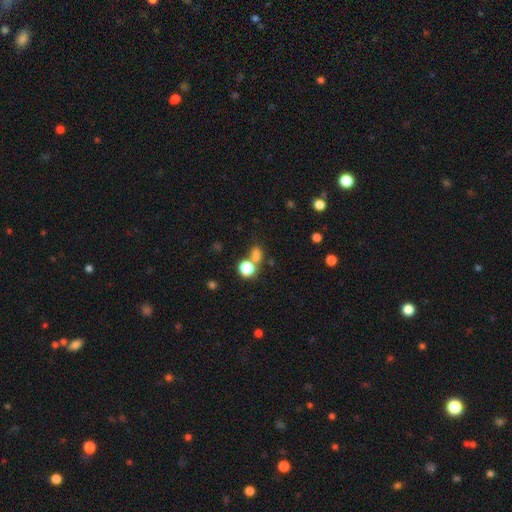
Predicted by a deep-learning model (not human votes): Smooth or featured?
  - smooth: 69% *
  - star or artifact: 23%
  - featured or disk: 8%
How rounded?
  - round: 58% *
  - in between: 40%
  - cigar-shaped: 2%
Merging?
  - none: 52% *
  - merger: 31%
  - minor disturbance: 10%
  - major disturbance: 6%